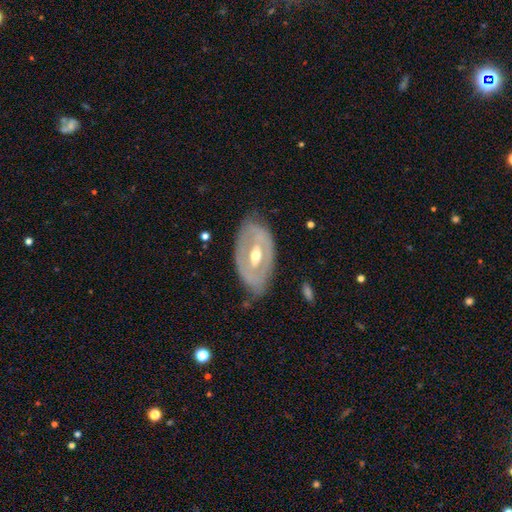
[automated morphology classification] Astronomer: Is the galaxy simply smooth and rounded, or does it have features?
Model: featured or disk — 73%.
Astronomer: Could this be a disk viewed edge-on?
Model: no — 90%.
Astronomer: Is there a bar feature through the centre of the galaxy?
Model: no — 38% (runner-up: weak, 36%).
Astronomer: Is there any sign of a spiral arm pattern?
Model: no — 63%.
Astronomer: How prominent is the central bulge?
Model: moderate — 69%.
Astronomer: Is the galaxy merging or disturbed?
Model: none — 68%.